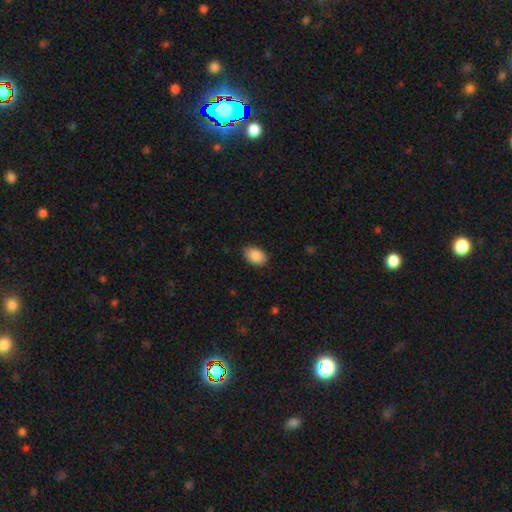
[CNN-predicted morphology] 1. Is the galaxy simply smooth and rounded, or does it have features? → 89% smooth, 7% star or artifact, 4% featured or disk.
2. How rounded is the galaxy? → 86% in between, 13% round, 1% cigar-shaped.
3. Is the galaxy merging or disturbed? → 87% none, 10% minor disturbance, 2% major disturbance, 1% merger.